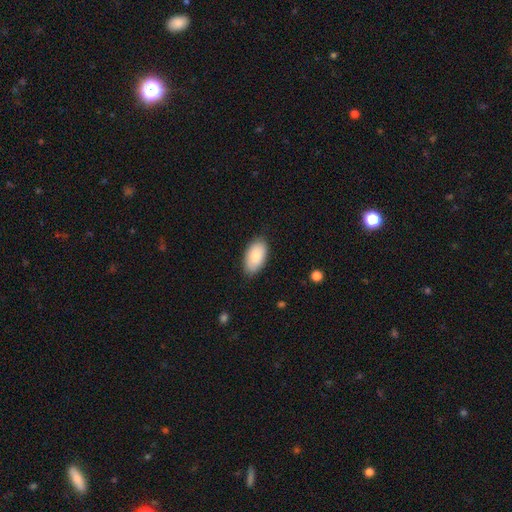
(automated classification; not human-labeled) A smooth galaxy with no disk features (86%) that is in between round and cigar-shaped (95%). Merging: none (84%).